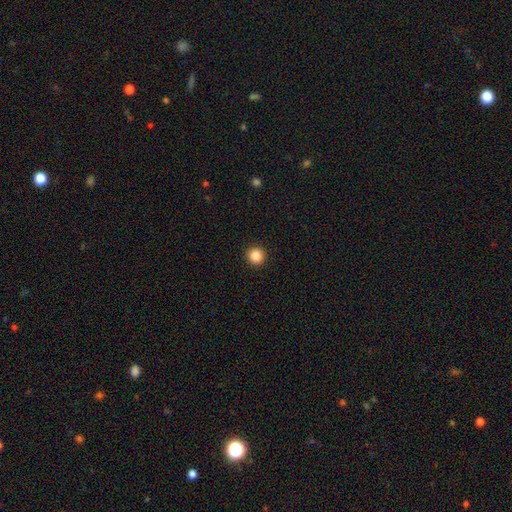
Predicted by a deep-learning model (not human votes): smooth_or_featured: smooth (p=0.88) [alt: star or artifact p=0.10]
how_rounded: round (p=0.94) [alt: in between p=0.05]
merging: none (p=0.93) [alt: minor disturbance p=0.05]